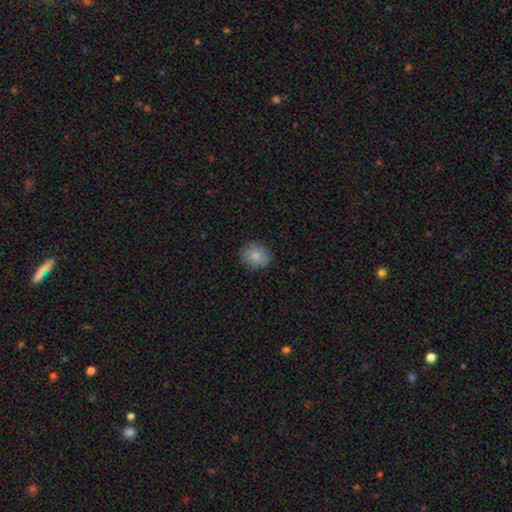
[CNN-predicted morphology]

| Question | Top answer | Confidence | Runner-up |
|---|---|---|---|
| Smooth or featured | smooth | 84% | star or artifact (9%) |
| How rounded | round | 76% | in between (23%) |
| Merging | none | 86% | minor disturbance (10%) |